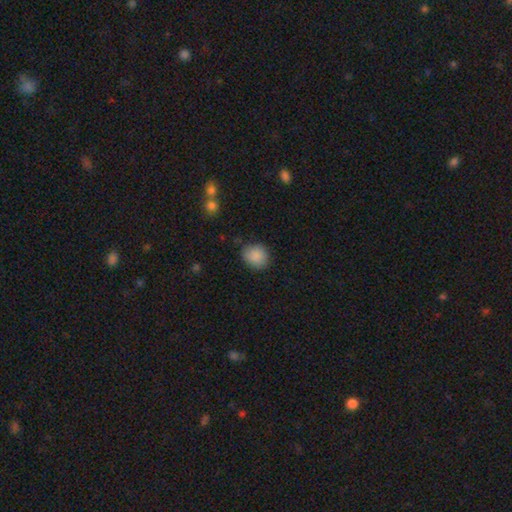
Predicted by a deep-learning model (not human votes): The model was most divided on "how rounded": round: 73%, in between: 26%, cigar-shaped: 1%. More confident: smooth or featured — smooth (88%); merging — none (79%).